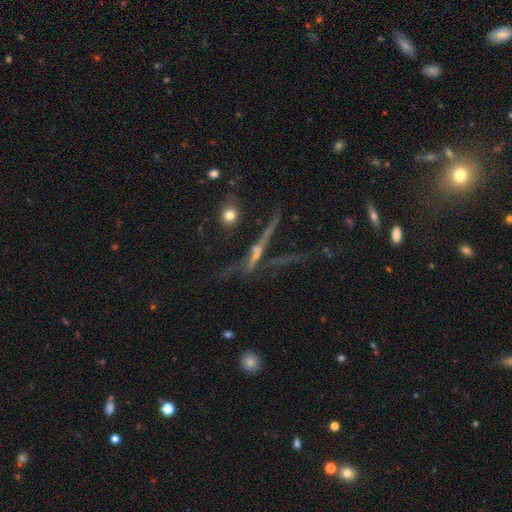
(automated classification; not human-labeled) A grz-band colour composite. It shows a featured or disk galaxy (62%) viewed edge-on (85%) with a rounded central bulge (62%). Merging: none (63%).